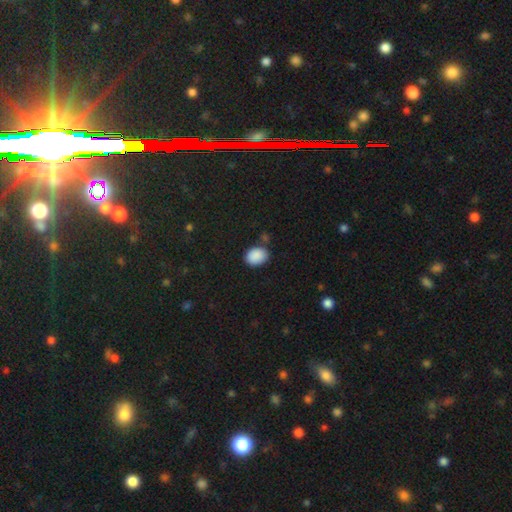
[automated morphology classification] Smooth or featured: smooth — 89% (star or artifact — 8%)
How rounded: in between — 62% (round — 37%)
Merging: none — 77% (minor disturbance — 14%)